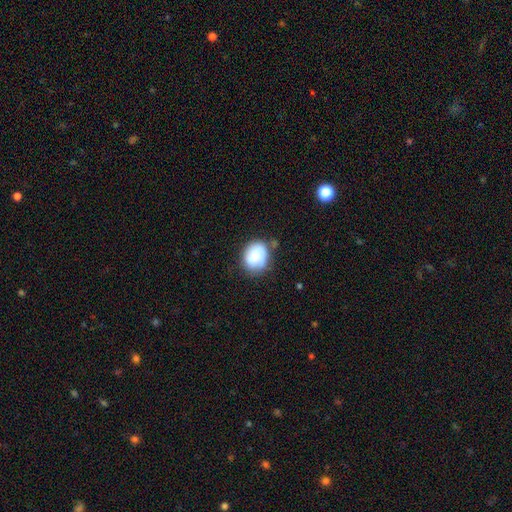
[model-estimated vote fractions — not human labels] smooth-or-featured: smooth: 66% | featured or disk: 26% | star or artifact: 9%
  how-rounded: round: 61% | in between: 38% | cigar-shaped: 1%
  merging: none: 59% | minor disturbance: 26% | major disturbance: 9% | merger: 6%